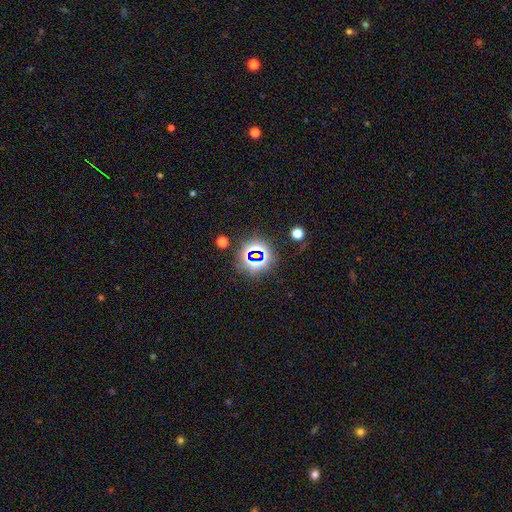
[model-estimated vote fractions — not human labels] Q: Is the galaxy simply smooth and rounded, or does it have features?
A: star or artifact — 72%.